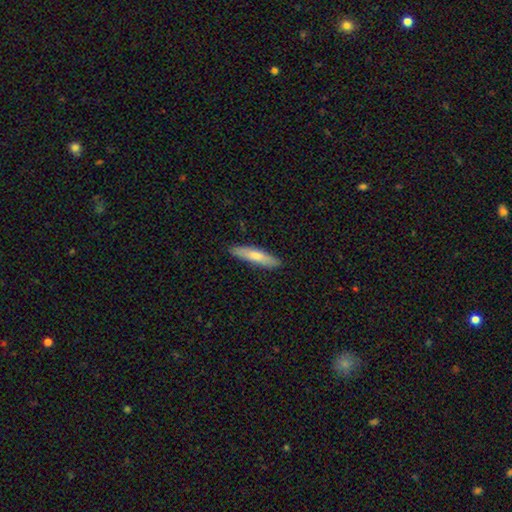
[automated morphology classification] Smooth or featured? Predicted: smooth (p=0.68). How rounded? Predicted: cigar-shaped (p=0.83). Merging? Predicted: none (p=0.90).